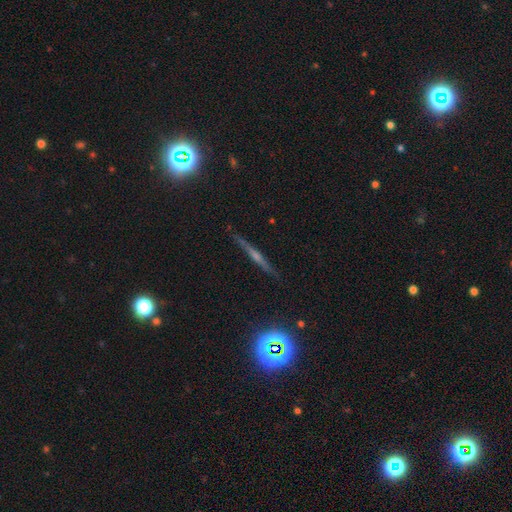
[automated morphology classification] Smooth or featured?
  - featured or disk: 64% *
  - star or artifact: 18%
  - smooth: 18%
Edge-on disk?
  - yes: 96% *
  - no: 4%
Edge-on bulge?
  - rounded: 63% *
  - none: 23%
  - boxy: 14%
Merging?
  - none: 88% *
  - minor disturbance: 8%
  - major disturbance: 2%
  - merger: 1%